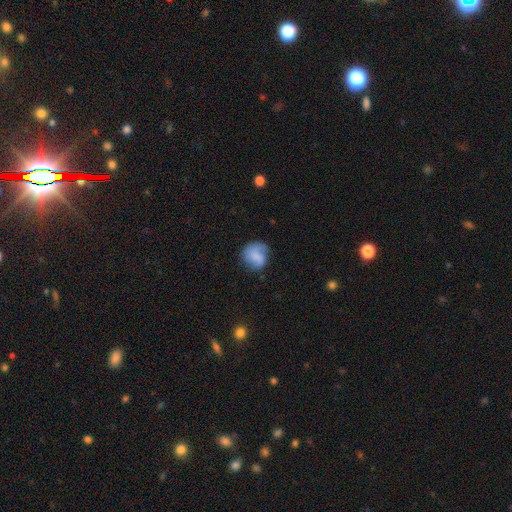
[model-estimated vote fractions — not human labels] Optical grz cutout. It shows a smooth galaxy with no disk features (68%) that is round (75%). Merging: none (58%).